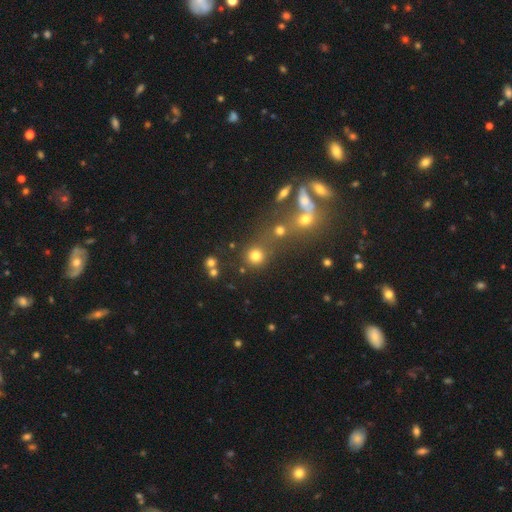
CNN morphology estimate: This appears to be a smooth galaxy with no disk features (76%) that is round (91%). Merging: none (73%).